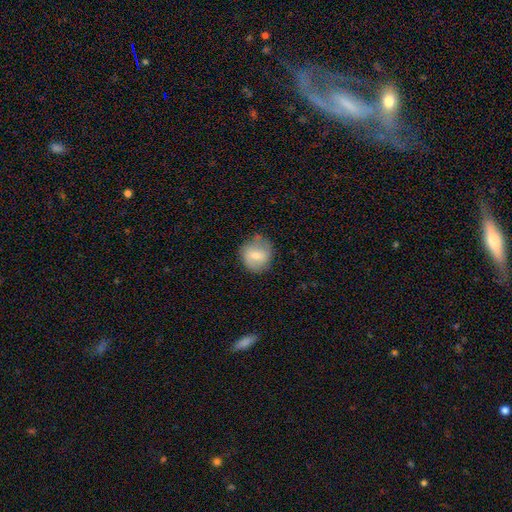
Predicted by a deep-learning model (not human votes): Smooth or featured?
  - smooth: 62% *
  - featured or disk: 30%
  - star or artifact: 7%
How rounded?
  - round: 84% *
  - in between: 15%
  - cigar-shaped: 1%
Merging?
  - none: 68% *
  - minor disturbance: 24%
  - major disturbance: 6%
  - merger: 2%